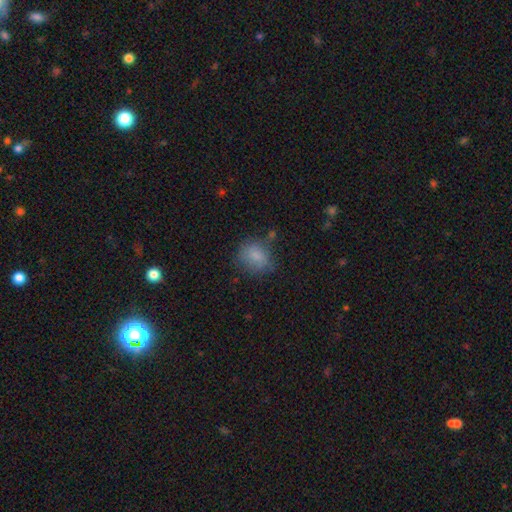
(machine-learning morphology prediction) smooth 80%, featured or disk 11%, star or artifact 10%. Down the decision tree: how rounded — round (56%); merging — none (63%).